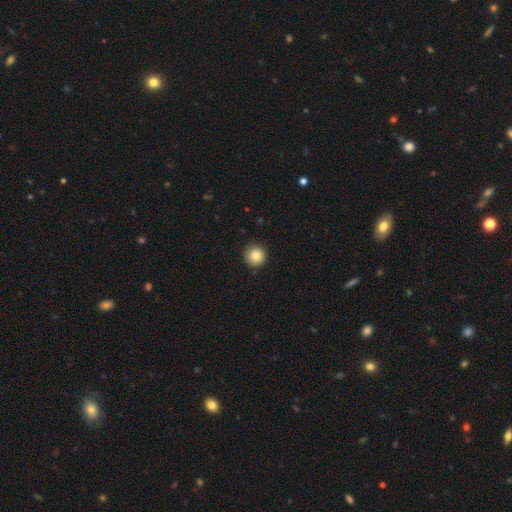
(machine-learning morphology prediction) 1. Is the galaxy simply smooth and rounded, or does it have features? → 85% smooth, 9% star or artifact, 6% featured or disk.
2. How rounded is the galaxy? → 95% round, 4% in between, 1% cigar-shaped.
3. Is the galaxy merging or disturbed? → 91% none, 6% minor disturbance, 2% major disturbance, 1% merger.